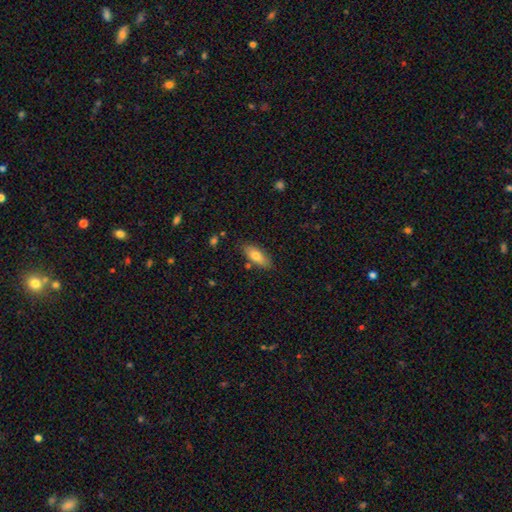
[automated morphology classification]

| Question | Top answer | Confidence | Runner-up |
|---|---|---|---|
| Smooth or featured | smooth | 78% | featured or disk (16%) |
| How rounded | in between | 75% | cigar-shaped (23%) |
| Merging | none | 82% | minor disturbance (13%) |